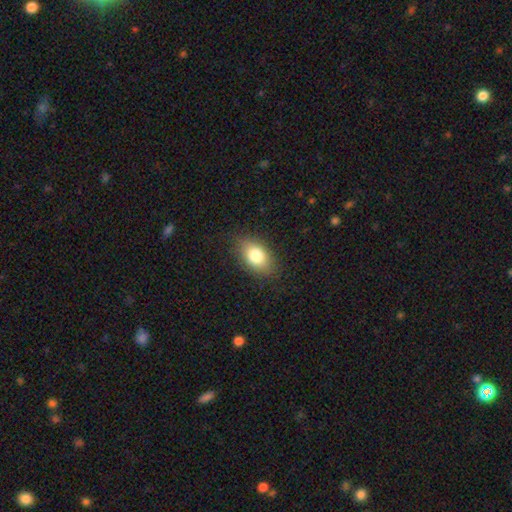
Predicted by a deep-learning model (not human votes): A smooth galaxy with no disk features (80%) that is in between round and cigar-shaped (86%).

Vote fractions:
- Smooth or featured? smooth: 80% / featured or disk: 11% / star or artifact: 9%
- How rounded? in between: 86% / round: 12% / cigar-shaped: 2%
- Merging? none: 83% / minor disturbance: 13% / major disturbance: 3% / merger: 1%